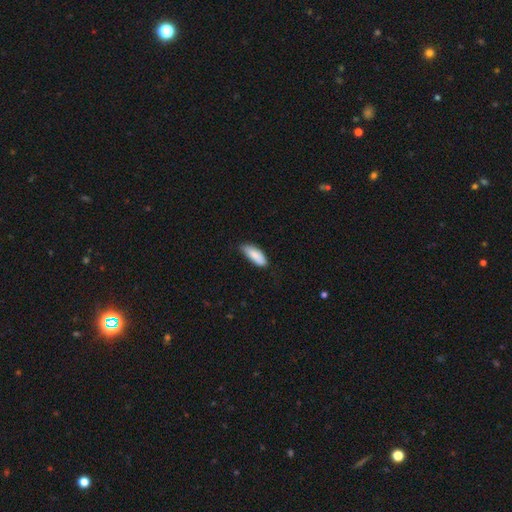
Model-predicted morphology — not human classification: Overall: smooth (87%). How rounded: in between (76%). Merging: none (65%; minor disturbance 30%).